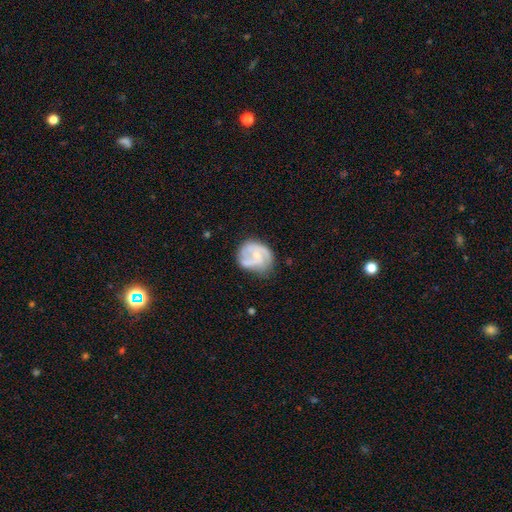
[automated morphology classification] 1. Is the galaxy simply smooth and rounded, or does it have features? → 71% featured or disk, 23% smooth, 6% star or artifact.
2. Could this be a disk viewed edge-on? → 98% no, 2% yes.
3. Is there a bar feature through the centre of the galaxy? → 58% no, 36% weak, 6% strong.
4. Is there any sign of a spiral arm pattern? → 88% yes, 12% no.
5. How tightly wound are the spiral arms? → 45% medium, 36% tight, 19% loose.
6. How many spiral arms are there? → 54% 2, 17% 3, 16% can't tell, 8% 1, 3% 4, 2% more than 4.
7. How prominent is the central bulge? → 56% small, 32% moderate, 10% none, 2% large, 1% dominant.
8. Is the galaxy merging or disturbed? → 57% none, 27% minor disturbance, 13% major disturbance, 3% merger.